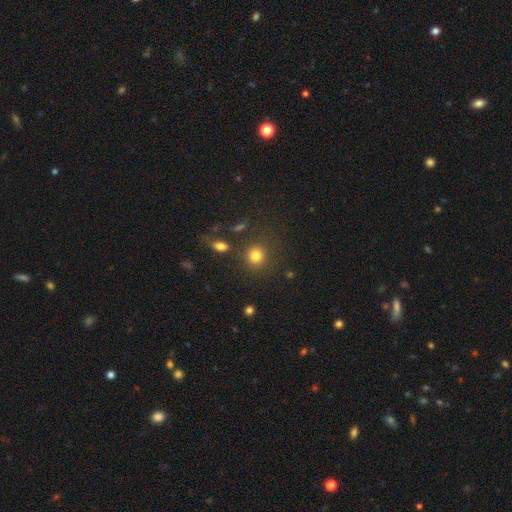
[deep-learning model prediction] Morphology: type=smooth (81%); roundness=round (85%); merging=none (78%).